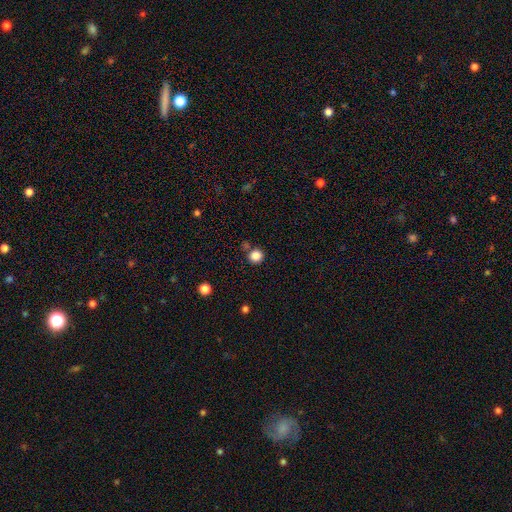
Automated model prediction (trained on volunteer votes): smooth-or-featured: smooth: 85% | star or artifact: 12% | featured or disk: 4%
  how-rounded: round: 94% | in between: 6% | cigar-shaped: 1%
  merging: none: 79% | merger: 9% | minor disturbance: 8% | major disturbance: 3%